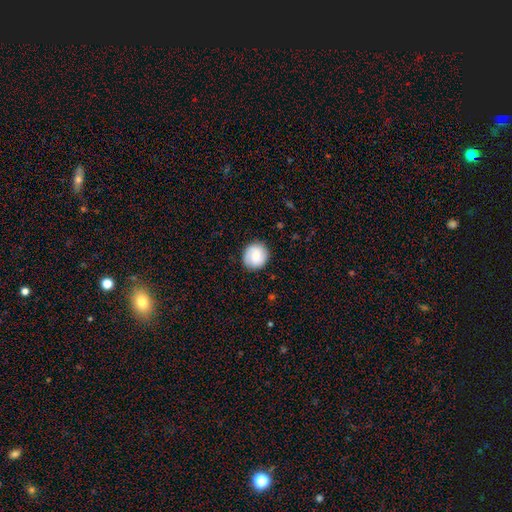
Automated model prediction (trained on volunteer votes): Smooth or featured? Predicted: smooth (p=0.64). How rounded? Predicted: round (p=0.88). Merging? Predicted: none (p=0.87).